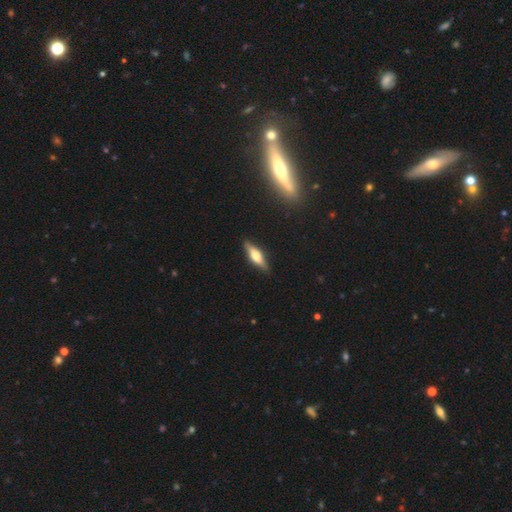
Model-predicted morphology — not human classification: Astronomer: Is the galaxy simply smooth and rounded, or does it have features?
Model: featured or disk — 49% (runner-up: smooth, 45%).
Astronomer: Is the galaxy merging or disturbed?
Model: none — 87%.